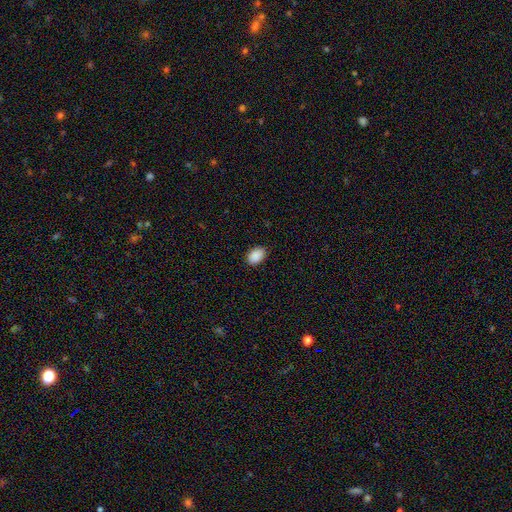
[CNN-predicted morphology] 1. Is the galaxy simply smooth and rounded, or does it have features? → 90% smooth, 7% star or artifact, 2% featured or disk.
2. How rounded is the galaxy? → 83% in between, 16% round, 1% cigar-shaped.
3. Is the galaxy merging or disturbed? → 86% none, 11% minor disturbance, 2% major disturbance, 1% merger.